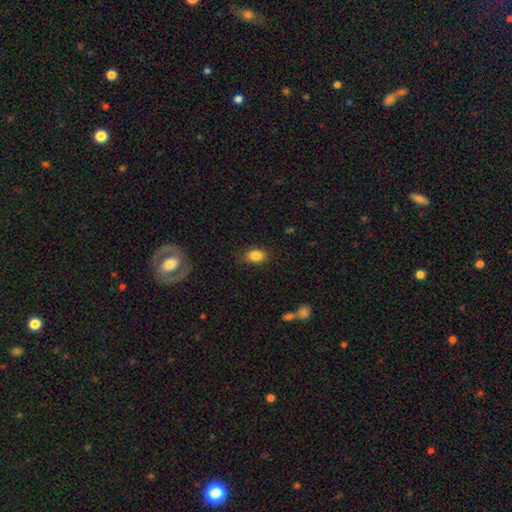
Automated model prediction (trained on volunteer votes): Morphology: type=smooth (85%); roundness=in between (79%); merging=none (81%).